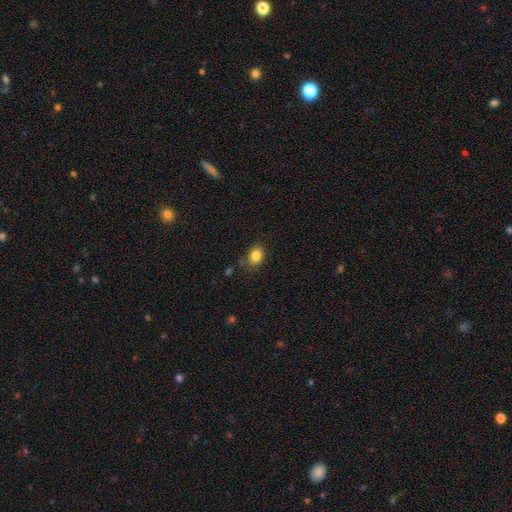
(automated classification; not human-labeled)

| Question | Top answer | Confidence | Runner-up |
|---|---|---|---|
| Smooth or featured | smooth | 84% | star or artifact (10%) |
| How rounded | in between | 65% | round (34%) |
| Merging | none | 79% | minor disturbance (14%) |